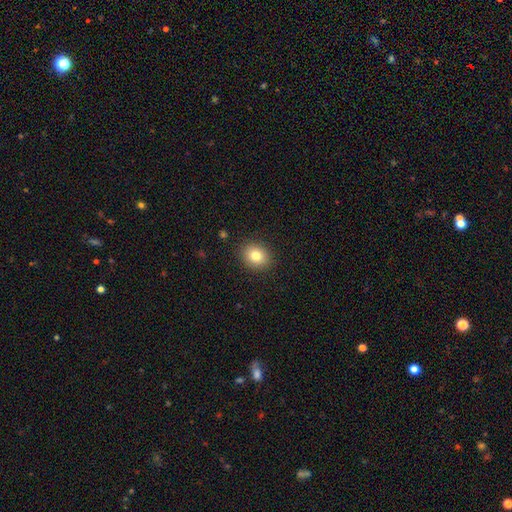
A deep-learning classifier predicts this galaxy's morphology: This appears to be a smooth galaxy with no disk features (81%) that is round (63%). Merging: none (89%).